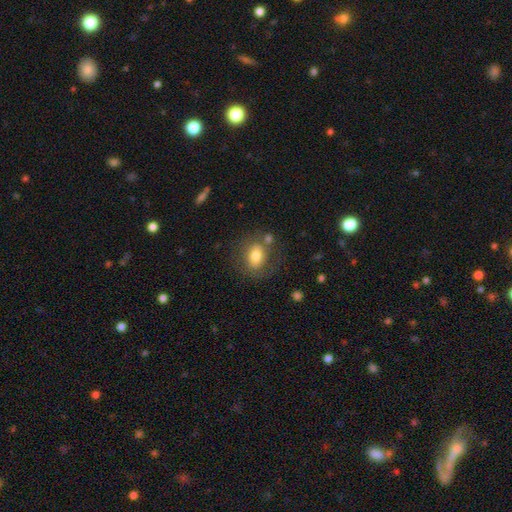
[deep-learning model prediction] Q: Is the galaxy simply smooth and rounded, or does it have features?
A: smooth — 70%.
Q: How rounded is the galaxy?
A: in between — 62%.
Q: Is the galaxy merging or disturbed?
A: none — 65%.